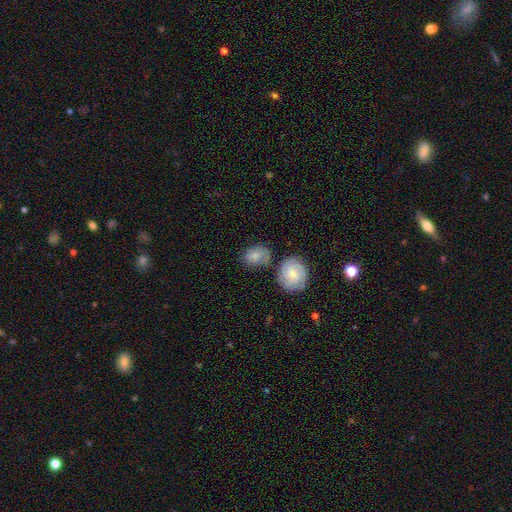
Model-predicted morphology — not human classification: type=smooth (70%); roundness=in between (65%); merging=none (54%).